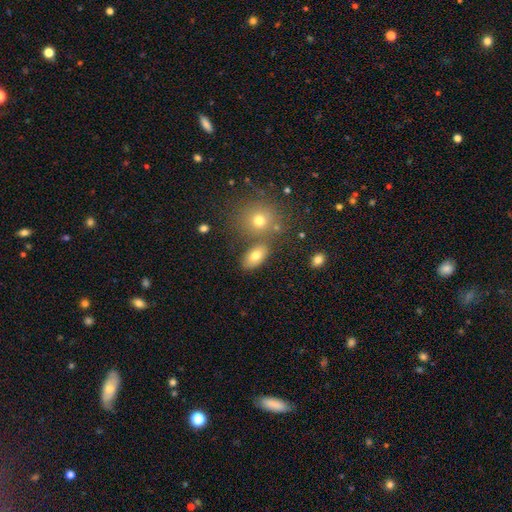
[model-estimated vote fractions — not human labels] The model was most divided on "merging": none: 71%, merger: 13%, minor disturbance: 12%, major disturbance: 4%. More confident: how rounded — in between (84%); smooth or featured — smooth (75%).